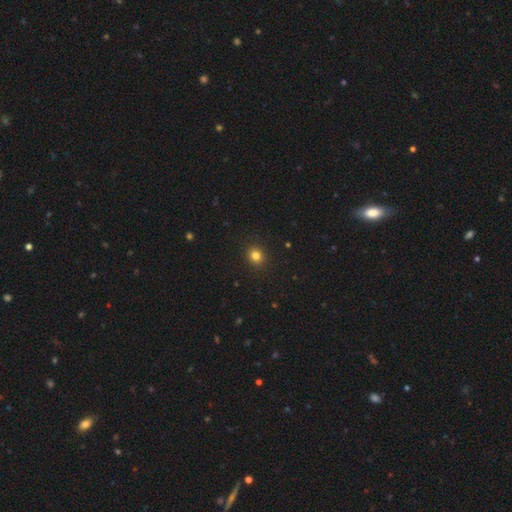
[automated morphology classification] Smooth or featured? smooth (82%)
How rounded? round (79%)
Merging? none (91%)